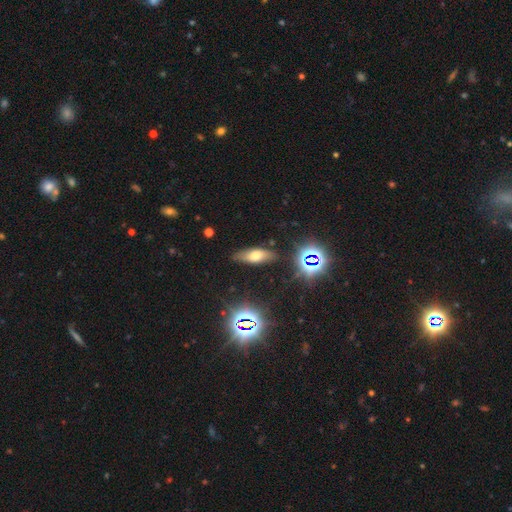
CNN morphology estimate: type=smooth (59%); roundness=in between (68%); merging=none (83%).